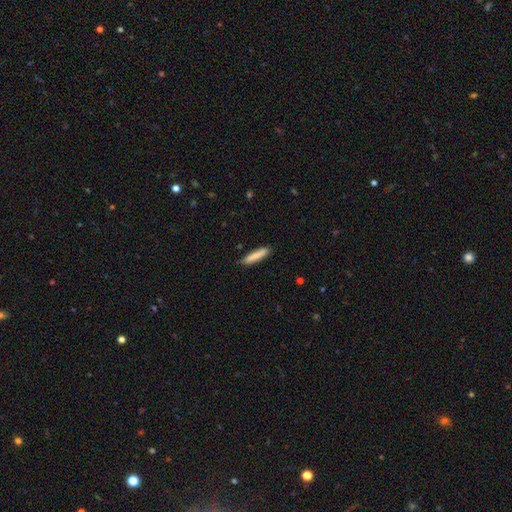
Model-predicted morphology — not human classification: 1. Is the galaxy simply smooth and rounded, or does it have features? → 82% smooth, 12% featured or disk, 6% star or artifact.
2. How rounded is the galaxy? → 88% cigar-shaped, 10% in between, 1% round.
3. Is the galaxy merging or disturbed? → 85% none, 12% minor disturbance, 2% major disturbance, 2% merger.